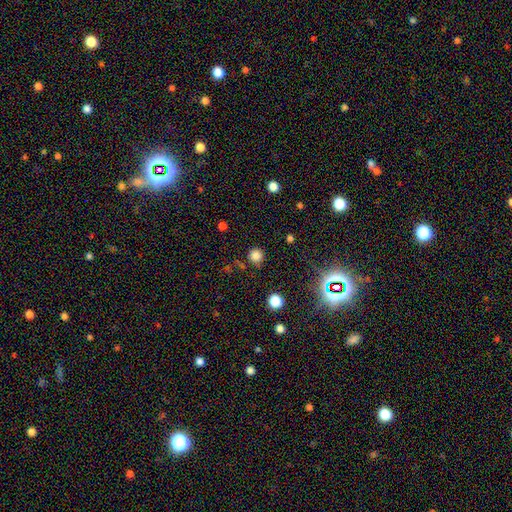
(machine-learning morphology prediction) Smooth or featured? Predicted: smooth (p=0.80). How rounded? Predicted: round (p=0.94). Merging? Predicted: none (p=0.85).